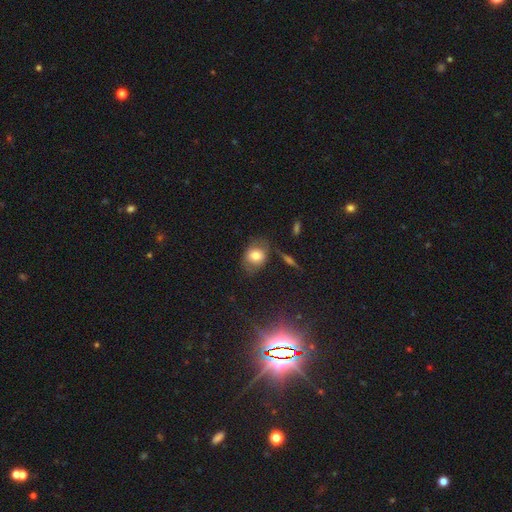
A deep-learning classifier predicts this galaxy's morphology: Overall: smooth (72%). How rounded: round (49%, tied with in between). Merging: none (63%).